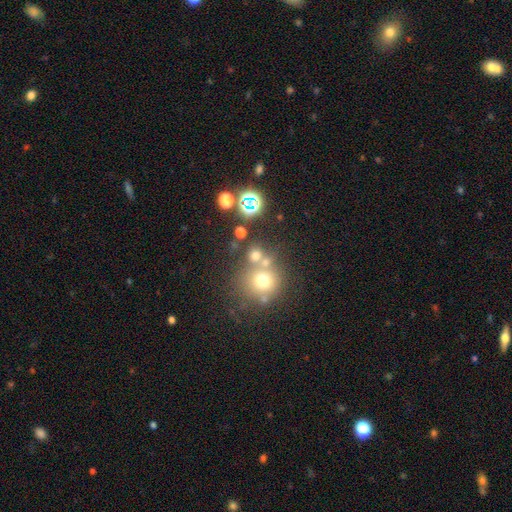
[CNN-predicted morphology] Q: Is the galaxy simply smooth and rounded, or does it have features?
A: smooth — 62%.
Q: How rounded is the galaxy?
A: round — 86%.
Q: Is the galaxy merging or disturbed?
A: none — 59%.